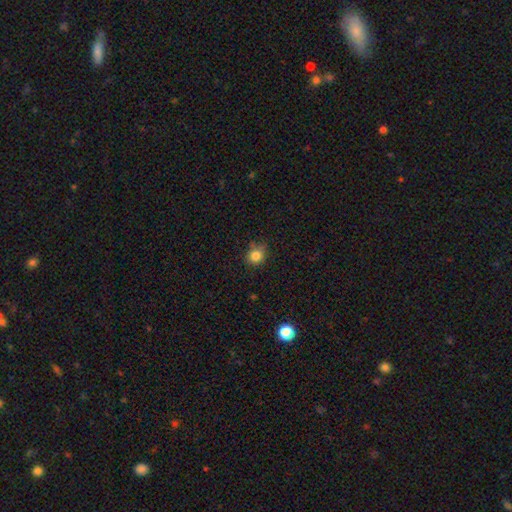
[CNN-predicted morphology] Smooth or featured: smooth — 83% (star or artifact — 12%)
How rounded: round — 79% (in between — 20%)
Merging: none — 68% (minor disturbance — 24%)